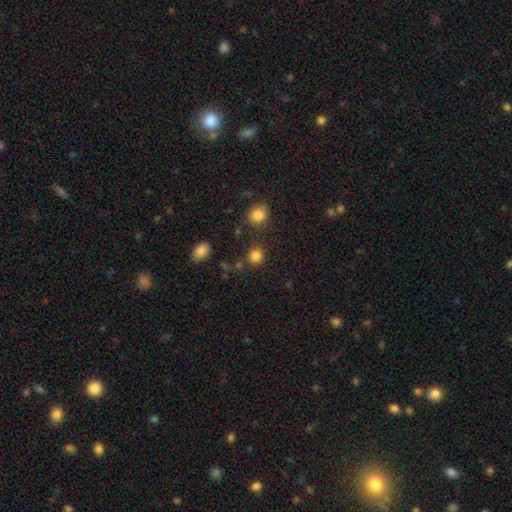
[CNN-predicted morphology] A smooth galaxy with no disk features (83%) that is round (87%). Merging: none (80%).